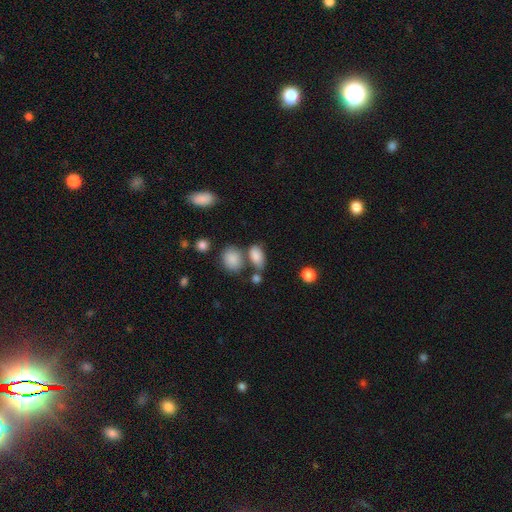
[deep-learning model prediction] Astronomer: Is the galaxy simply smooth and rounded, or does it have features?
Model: smooth — 84%.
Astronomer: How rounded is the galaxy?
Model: in between — 88%.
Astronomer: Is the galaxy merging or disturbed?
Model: none — 53%.